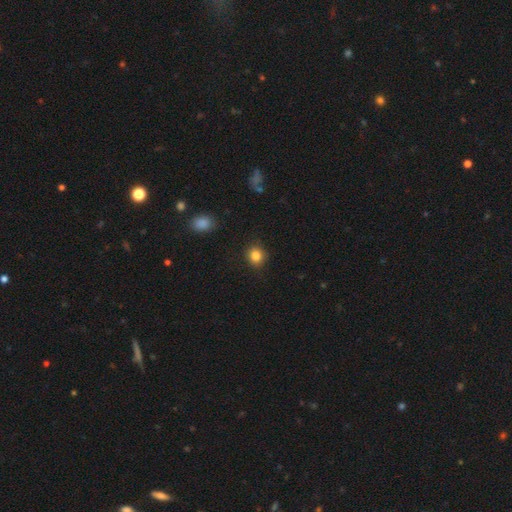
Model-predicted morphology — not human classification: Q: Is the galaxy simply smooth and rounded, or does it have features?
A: smooth — 85%.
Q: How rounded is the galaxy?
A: round — 82%.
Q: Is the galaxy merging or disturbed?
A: none — 87%.